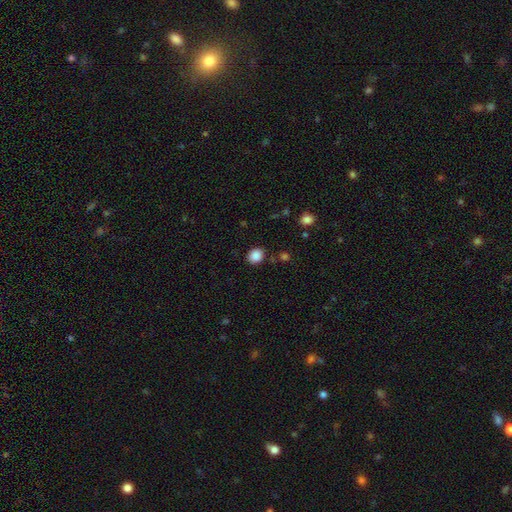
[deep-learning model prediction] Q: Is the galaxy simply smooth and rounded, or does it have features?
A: smooth — 87%.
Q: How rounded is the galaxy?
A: round — 64%.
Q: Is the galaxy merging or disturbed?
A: none — 84%.